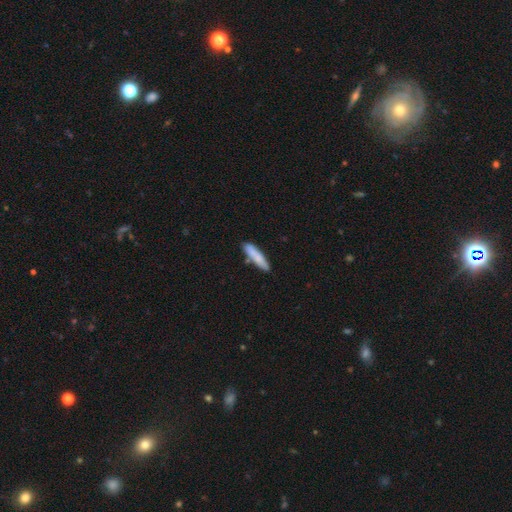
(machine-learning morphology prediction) Smooth or featured: smooth — 76% (featured or disk — 18%)
How rounded: cigar-shaped — 77% (in between — 21%)
Merging: none — 73% (minor disturbance — 16%)